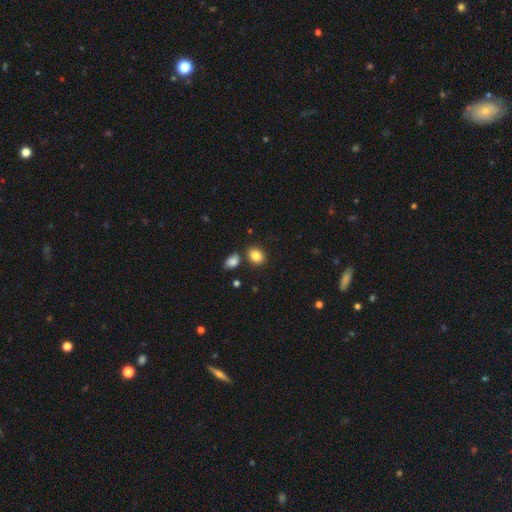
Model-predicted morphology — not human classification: smooth_or_featured: smooth (p=0.86) [alt: star or artifact p=0.09]
how_rounded: in between (p=0.53) [alt: round p=0.46]
merging: none (p=0.74) [alt: merger p=0.12]